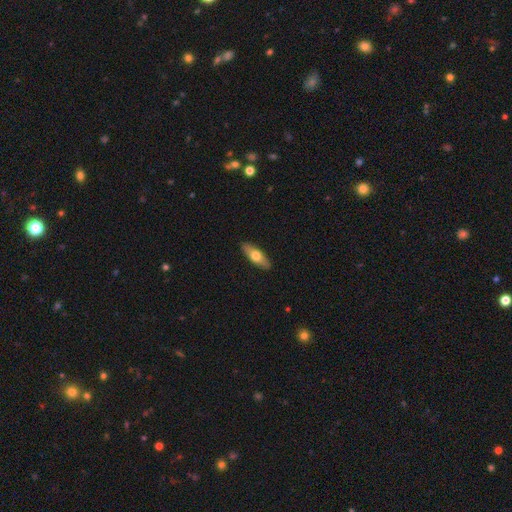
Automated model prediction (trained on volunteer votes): Smooth or featured? Predicted: smooth (p=0.62). How rounded? Predicted: in between (p=0.62). Merging? Predicted: none (p=0.90).